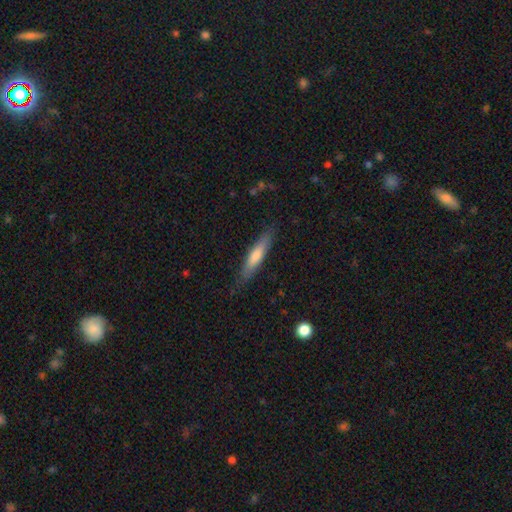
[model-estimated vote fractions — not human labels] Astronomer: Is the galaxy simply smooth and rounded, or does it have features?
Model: smooth — 68%.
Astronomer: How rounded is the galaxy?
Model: cigar-shaped — 86%.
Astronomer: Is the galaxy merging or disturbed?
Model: none — 83%.